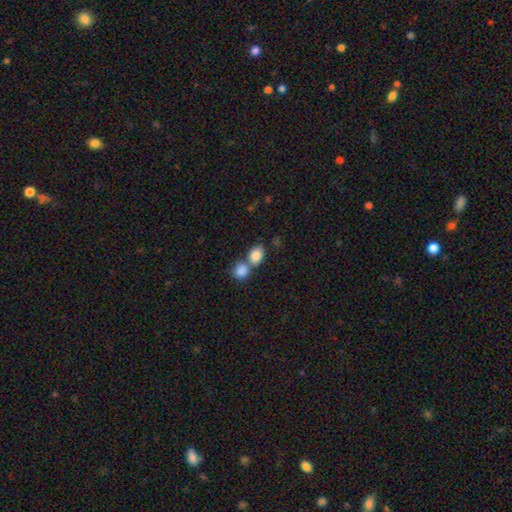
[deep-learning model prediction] A smooth galaxy with no disk features (85%) that is in between round and cigar-shaped (66%).

Vote fractions:
- Smooth or featured? smooth: 85% / star or artifact: 8% / featured or disk: 7%
- How rounded? in between: 66% / round: 33% / cigar-shaped: 1%
- Merging? merger: 50% / none: 39% / minor disturbance: 8% / major disturbance: 3%